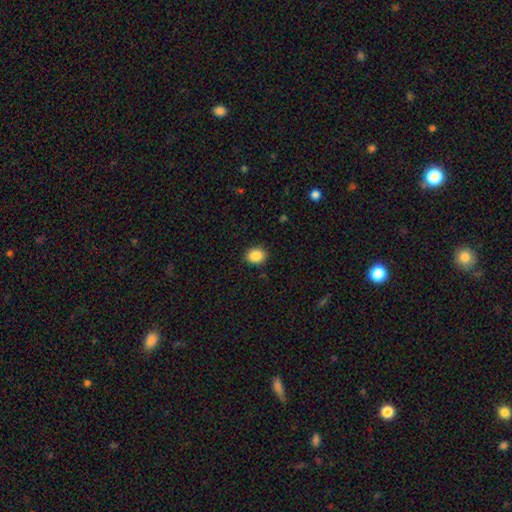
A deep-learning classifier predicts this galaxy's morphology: The model was most divided on "how rounded": round: 58%, in between: 41%, cigar-shaped: 1%. More confident: merging — none (89%); smooth or featured — smooth (88%).